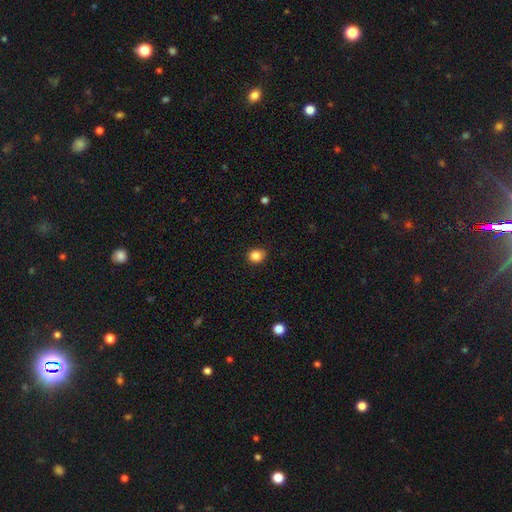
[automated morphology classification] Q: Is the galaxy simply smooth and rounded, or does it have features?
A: smooth — 85%.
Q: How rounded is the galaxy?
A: round — 71%.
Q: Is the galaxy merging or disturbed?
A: none — 77%.